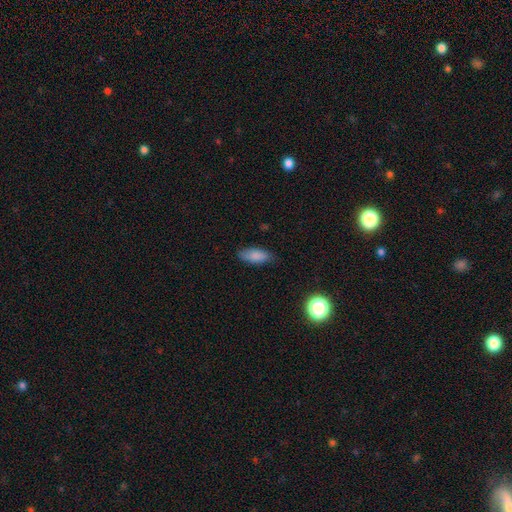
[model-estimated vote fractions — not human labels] Q: Smooth or featured?
A: smooth (85%); runner-up: featured or disk (8%)
Q: How rounded?
A: in between (80%); runner-up: cigar-shaped (18%)
Q: Merging?
A: none (80%); runner-up: minor disturbance (16%)